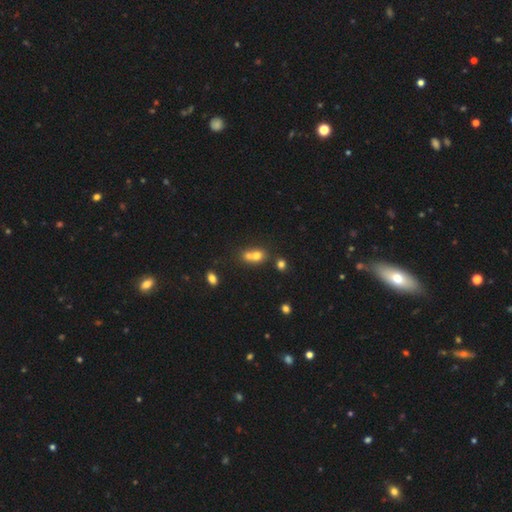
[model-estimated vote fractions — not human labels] This is likely a smooth galaxy (69%). How rounded: likely round (62%). Merging: likely merger (62%).